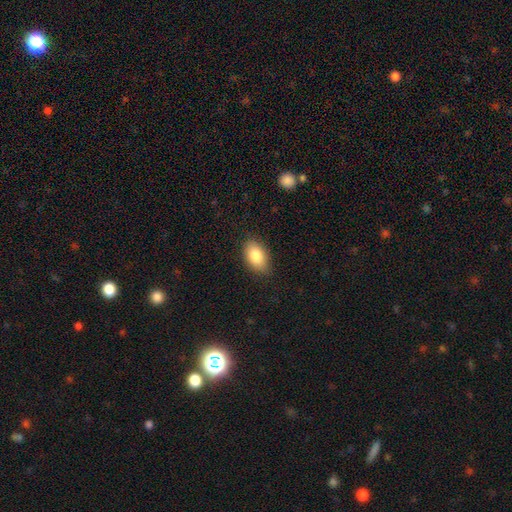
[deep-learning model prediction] A smooth galaxy with no disk features (85%) that is in between round and cigar-shaped (91%).

Vote fractions:
- Smooth or featured? smooth: 85% / featured or disk: 8% / star or artifact: 7%
- How rounded? in between: 91% / round: 7% / cigar-shaped: 2%
- Merging? none: 85% / minor disturbance: 12% / major disturbance: 3% / merger: 1%